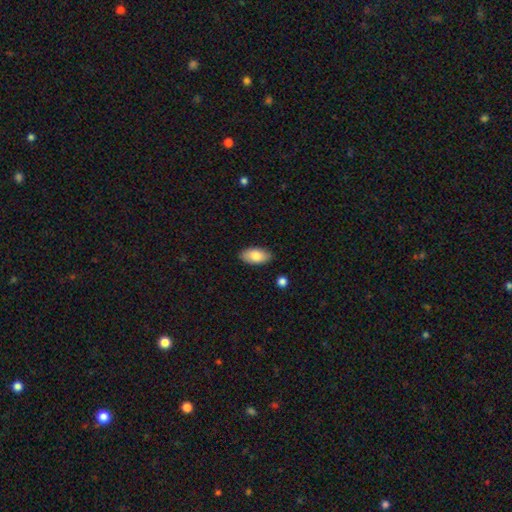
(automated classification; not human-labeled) Smooth or featured? smooth (83%)
How rounded? in between (94%)
Merging? none (87%)